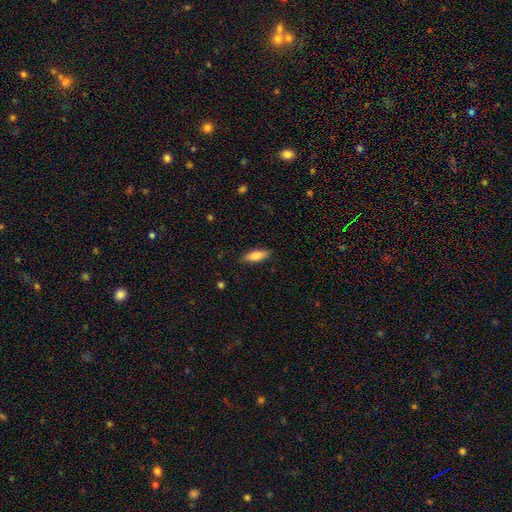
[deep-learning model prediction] This is likely a smooth galaxy (77%). How rounded: possibly in between (58%). Merging: clearly none (86%).